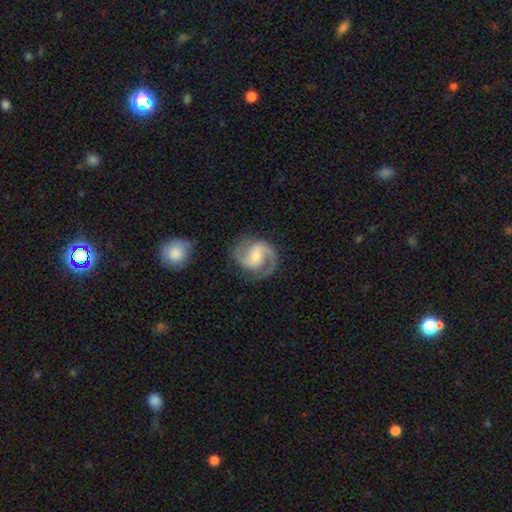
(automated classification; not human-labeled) Overall: featured or disk (89%). Edge-on disk: no (98%). Bar: weak (50%; no 34%). Spiral arms: yes (98%). Spiral arm count: 2 (92%). Spiral winding: medium (60%; tight 24%). Bulge size: moderate (50%; small 42%). Merging: none (81%).